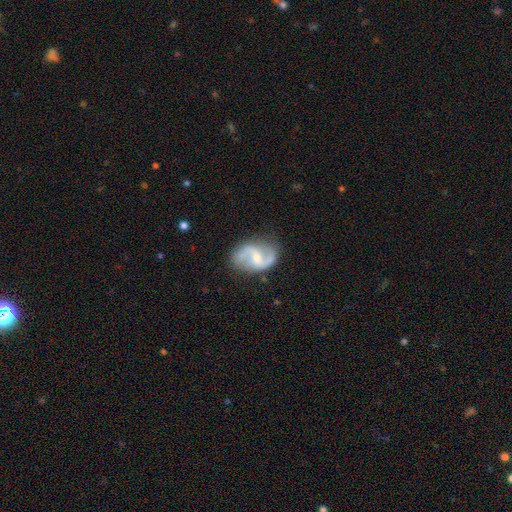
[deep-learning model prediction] Morphology: type=featured or disk (86%); edge-on=no (98%); bar=weak (51%); spiral arms=yes (95%); winding=loose (56%); arm count=2 (92%); bulge=small (51%); merging=none (78%).